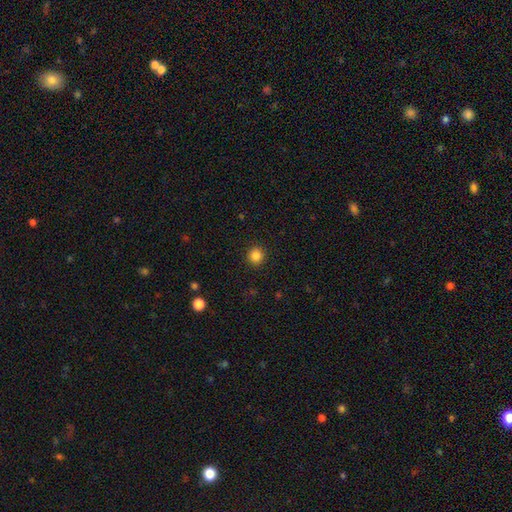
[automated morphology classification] This is clearly a smooth galaxy (85%). How rounded: clearly round (91%). Merging: clearly none (92%).